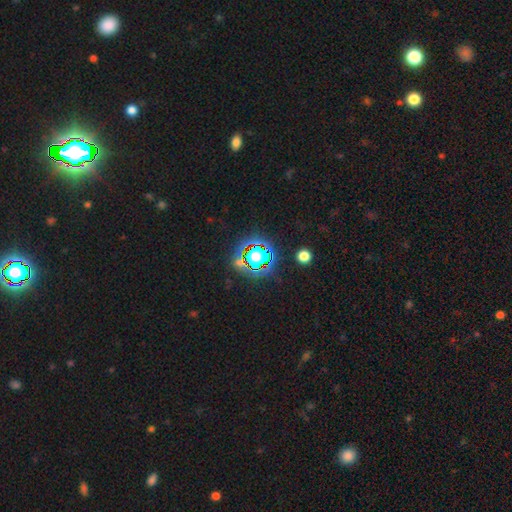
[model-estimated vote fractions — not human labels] star or artifact 63%, smooth 25%, featured or disk 13%.